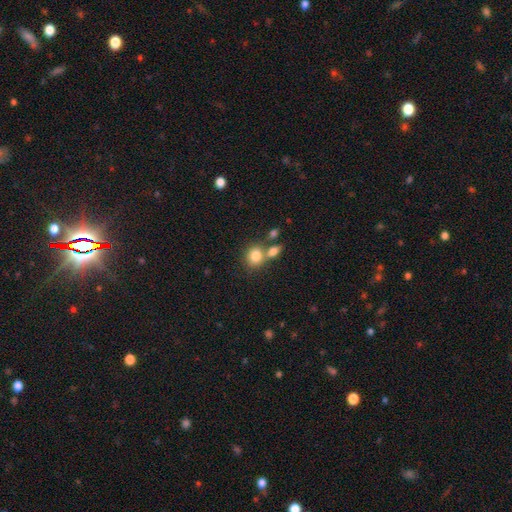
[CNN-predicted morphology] This is clearly a smooth galaxy (82%). How rounded: likely round (64%). Merging: possibly none (47%).